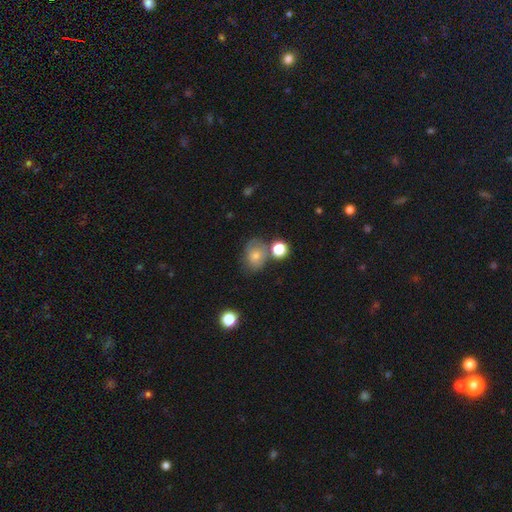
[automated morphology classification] Q: Smooth or featured?
A: smooth (62%); runner-up: featured or disk (24%)
Q: How rounded?
A: round (53%); runner-up: in between (46%)
Q: Merging?
A: none (57%); runner-up: minor disturbance (21%)